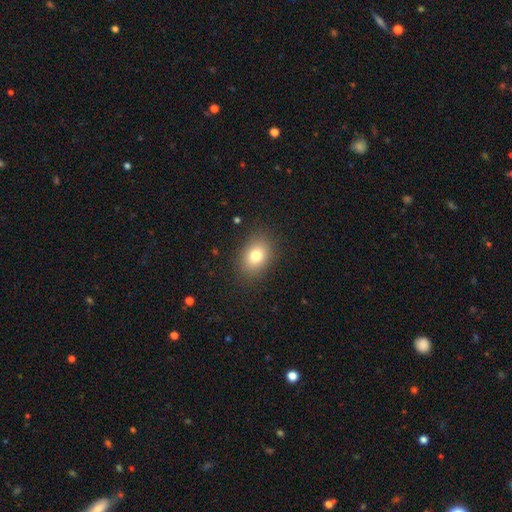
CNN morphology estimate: Smooth or featured? Predicted: smooth (p=0.79). How rounded? Predicted: in between (p=0.71). Merging? Predicted: none (p=0.86).